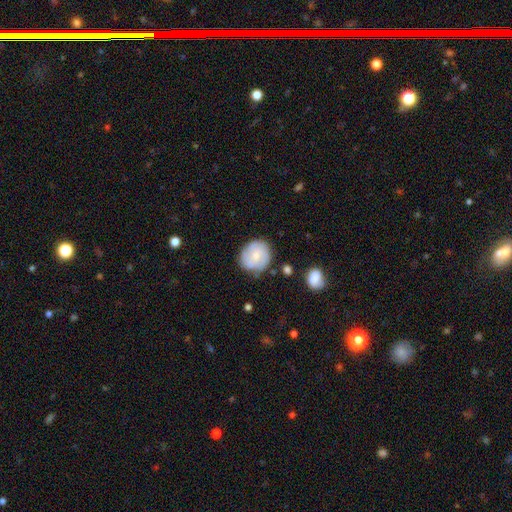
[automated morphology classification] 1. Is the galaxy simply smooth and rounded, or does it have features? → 52% smooth, 41% featured or disk, 7% star or artifact.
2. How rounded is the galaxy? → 82% round, 17% in between, 1% cigar-shaped.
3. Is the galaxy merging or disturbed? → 73% none, 18% minor disturbance, 5% major disturbance, 3% merger.